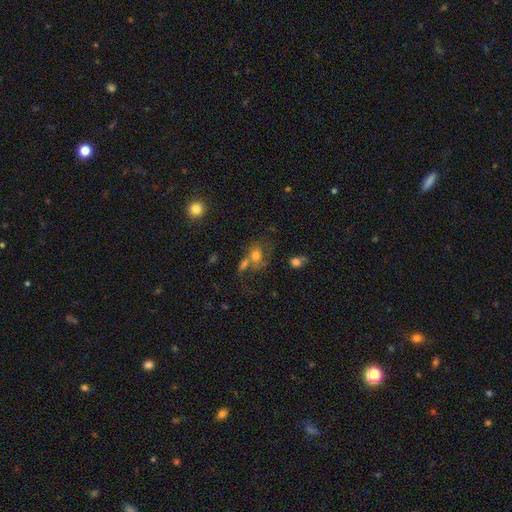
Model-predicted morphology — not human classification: smooth-or-featured: smooth: 64% | featured or disk: 22% | star or artifact: 14%
  how-rounded: in between: 55% | round: 43% | cigar-shaped: 2%
  merging: merger: 38% | none: 32% | minor disturbance: 15% | major disturbance: 15%